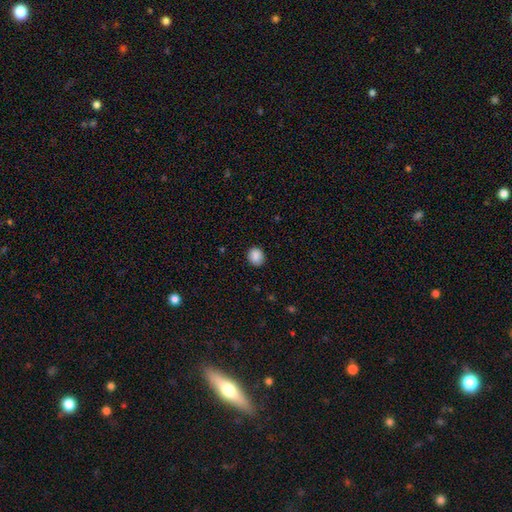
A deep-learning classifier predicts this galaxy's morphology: type=smooth (89%); roundness=round (68%); merging=none (88%).